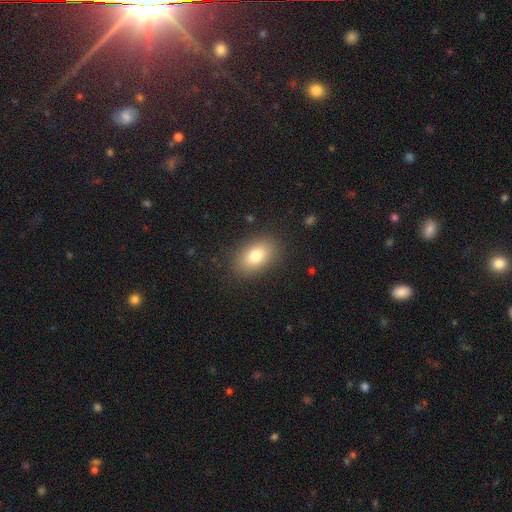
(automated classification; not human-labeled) A smooth galaxy with no disk features (79%) that is in between round and cigar-shaped (85%).

Vote fractions:
- Smooth or featured? smooth: 79% / featured or disk: 11% / star or artifact: 10%
- How rounded? in between: 85% / round: 13% / cigar-shaped: 2%
- Merging? none: 87% / minor disturbance: 9% / major disturbance: 3% / merger: 1%